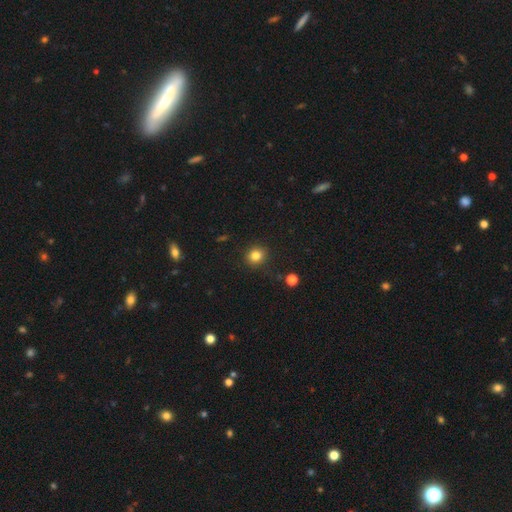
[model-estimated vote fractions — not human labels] smooth-or-featured: smooth: 82% | star or artifact: 12% | featured or disk: 5%
  how-rounded: round: 84% | in between: 15% | cigar-shaped: 1%
  merging: none: 88% | minor disturbance: 8% | major disturbance: 2% | merger: 2%